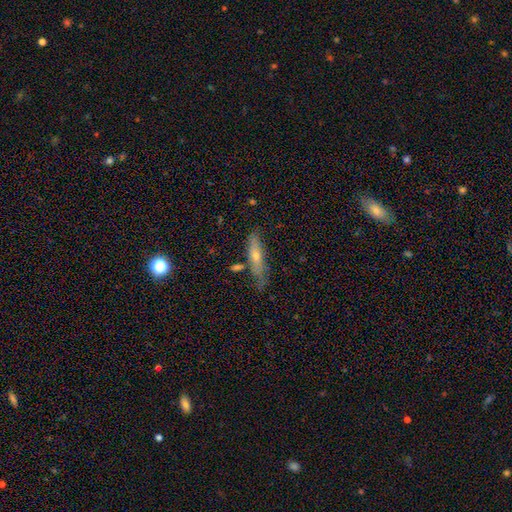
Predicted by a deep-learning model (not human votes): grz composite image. It shows a featured or disk galaxy (46%, tied with smooth). Merging: none (67%).